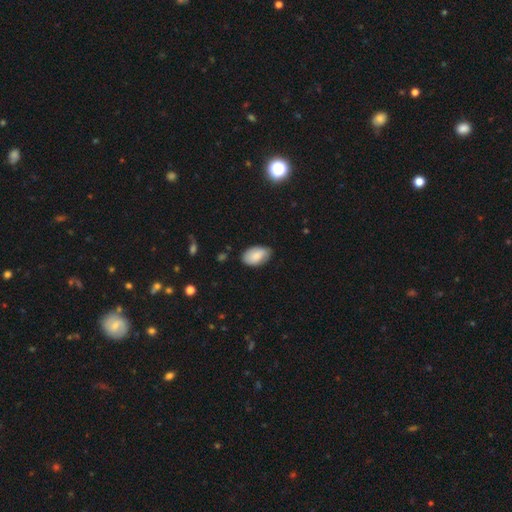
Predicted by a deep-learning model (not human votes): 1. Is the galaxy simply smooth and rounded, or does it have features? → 82% smooth, 11% featured or disk, 6% star or artifact.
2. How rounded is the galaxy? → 94% in between, 5% round, 1% cigar-shaped.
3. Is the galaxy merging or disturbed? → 74% none, 21% minor disturbance, 3% major disturbance, 1% merger.